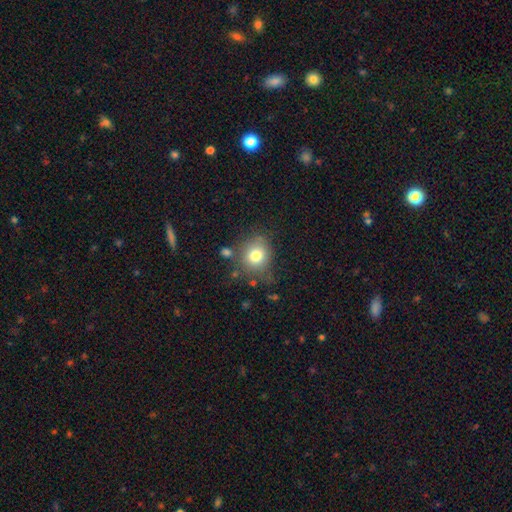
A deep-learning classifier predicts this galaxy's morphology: A smooth galaxy with no disk features (77%) that is round (74%). Merging: none (67%).